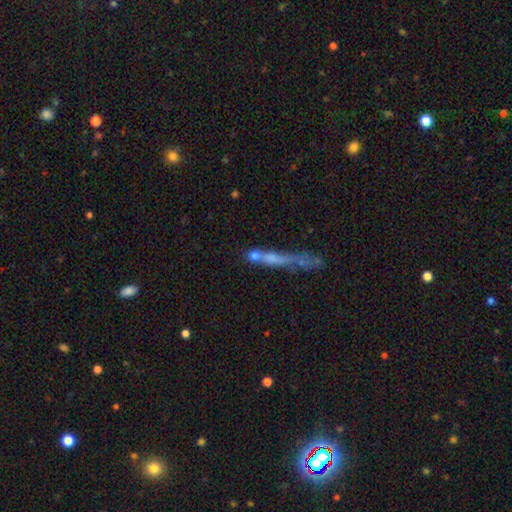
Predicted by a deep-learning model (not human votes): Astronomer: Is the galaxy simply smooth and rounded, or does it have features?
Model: smooth — 52% (runner-up: featured or disk, 32%).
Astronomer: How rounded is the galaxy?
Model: cigar-shaped — 63%.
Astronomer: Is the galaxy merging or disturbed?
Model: merger — 37% (runner-up: none, 33%).